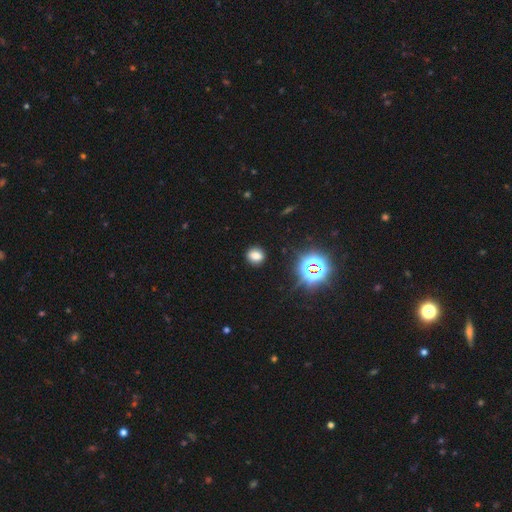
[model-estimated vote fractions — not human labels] Overall: smooth (70%). How rounded: round (65%; in between 34%). Merging: none (88%).